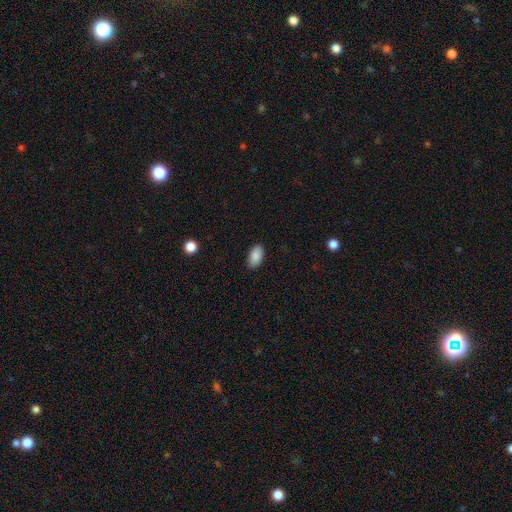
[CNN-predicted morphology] Smooth or featured? smooth (89%)
How rounded? in between (94%)
Merging? none (88%)